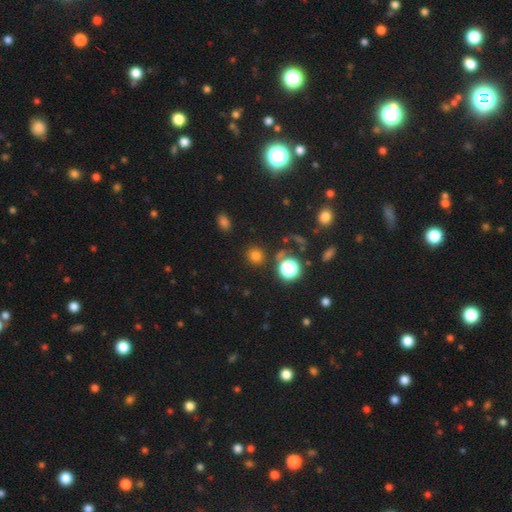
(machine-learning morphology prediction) smooth-or-featured: smooth: 74% | star or artifact: 21% | featured or disk: 5%
  how-rounded: round: 88% | in between: 11% | cigar-shaped: 1%
  merging: none: 85% | minor disturbance: 8% | merger: 4% | major disturbance: 3%